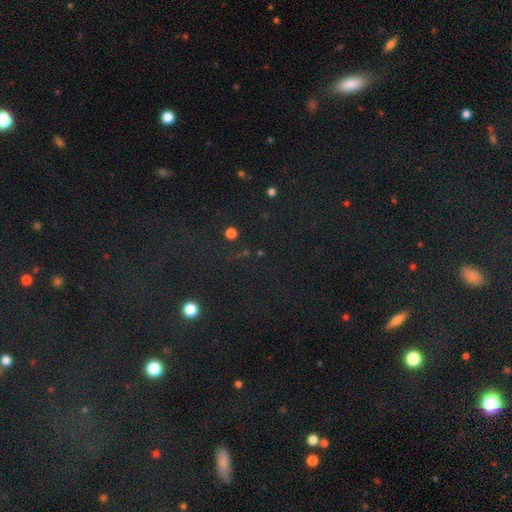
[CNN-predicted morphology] smooth_or_featured: star or artifact (p=0.70) [alt: smooth p=0.20]